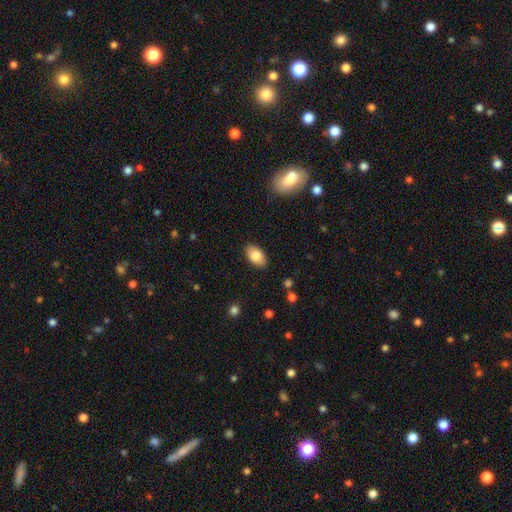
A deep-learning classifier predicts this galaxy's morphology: A smooth galaxy with no disk features (82%) that is in between round and cigar-shaped (92%). Merging: none (87%).